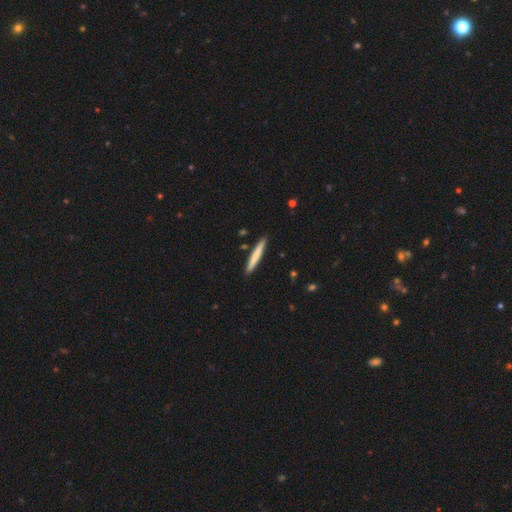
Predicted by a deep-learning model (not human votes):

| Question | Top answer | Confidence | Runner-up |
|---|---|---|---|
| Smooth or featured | smooth | 72% | featured or disk (23%) |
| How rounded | cigar-shaped | 96% | in between (3%) |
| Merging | none | 91% | minor disturbance (6%) |